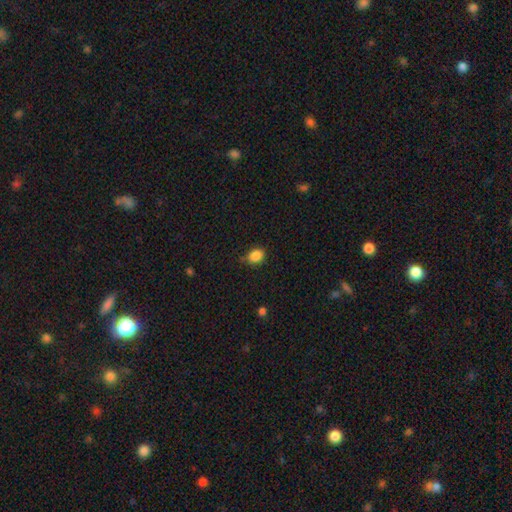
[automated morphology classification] smooth-or-featured: smooth: 86% | star or artifact: 10% | featured or disk: 4%
  how-rounded: round: 50% | in between: 49% | cigar-shaped: 1%
  merging: none: 75% | minor disturbance: 20% | major disturbance: 4% | merger: 2%